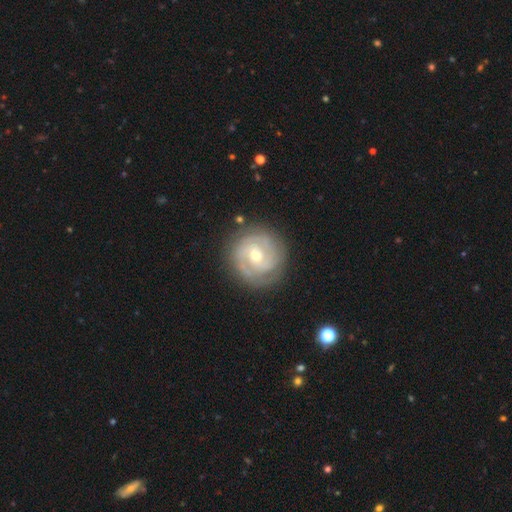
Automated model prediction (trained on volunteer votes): Q: Smooth or featured?
A: featured or disk (85%); runner-up: smooth (10%)
Q: Edge-on disk?
A: no (98%); runner-up: yes (2%)
Q: Bar?
A: no (57%); runner-up: weak (34%)
Q: Spiral arms?
A: yes (96%); runner-up: no (4%)
Q: Spiral winding?
A: tight (70%); runner-up: medium (25%)
Q: Spiral arm count?
A: 2 (37%); runner-up: 3 (29%)
Q: Bulge size?
A: small (54%); runner-up: moderate (43%)
Q: Merging?
A: none (84%); runner-up: minor disturbance (11%)